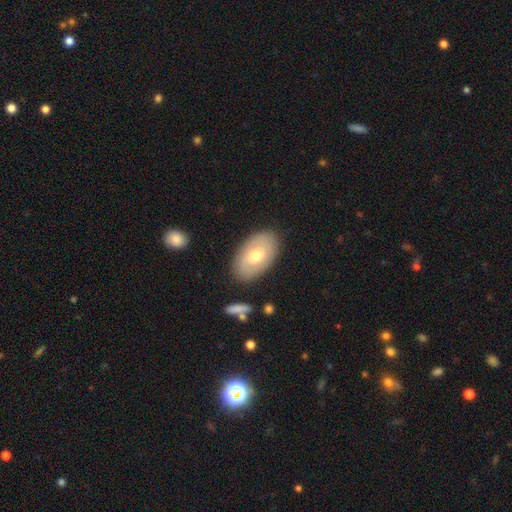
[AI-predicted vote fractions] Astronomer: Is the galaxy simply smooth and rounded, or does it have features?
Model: smooth — 54% (runner-up: featured or disk, 40%).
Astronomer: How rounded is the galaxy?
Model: in between — 91%.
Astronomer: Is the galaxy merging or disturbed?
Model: none — 83%.